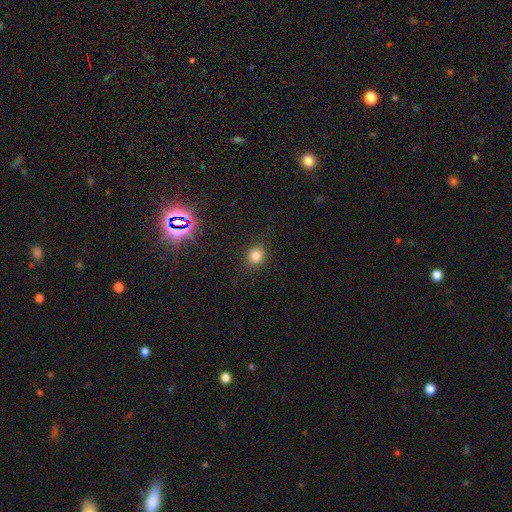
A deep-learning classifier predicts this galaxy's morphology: type=smooth (80%); roundness=round (65%); merging=none (86%).